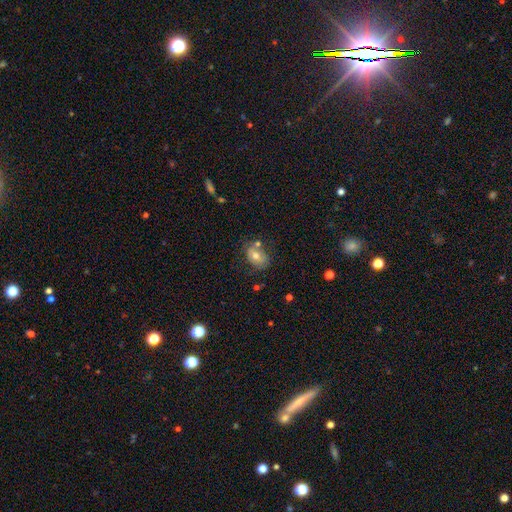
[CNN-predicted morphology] Q: Smooth or featured?
A: smooth (61%); runner-up: featured or disk (29%)
Q: How rounded?
A: in between (75%); runner-up: round (24%)
Q: Merging?
A: none (59%); runner-up: minor disturbance (21%)